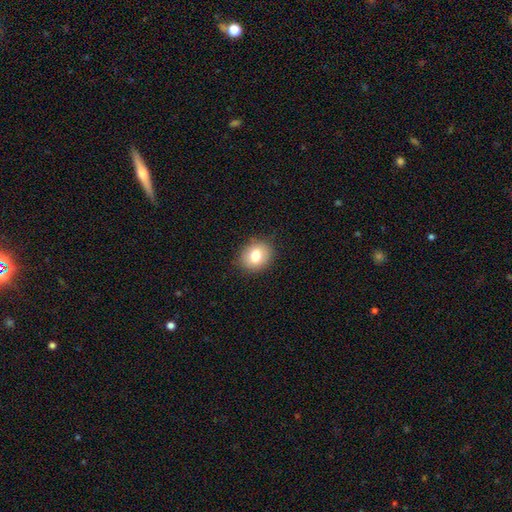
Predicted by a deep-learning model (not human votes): A smooth galaxy with no disk features (79%) that is round (61%).

Vote fractions:
- Smooth or featured? smooth: 79% / featured or disk: 11% / star or artifact: 9%
- How rounded? round: 61% / in between: 38% / cigar-shaped: 1%
- Merging? none: 88% / minor disturbance: 9% / major disturbance: 2% / merger: 1%